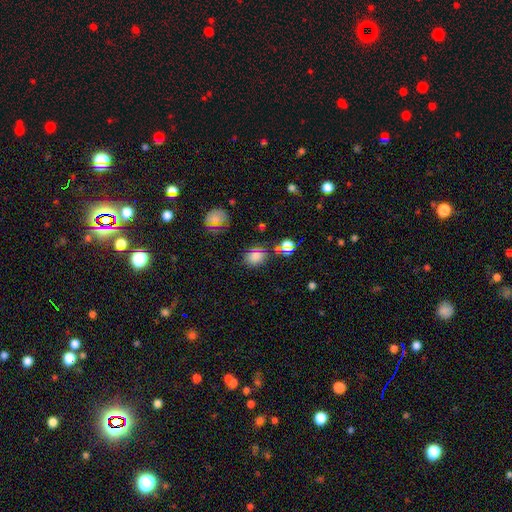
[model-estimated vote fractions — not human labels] Overall: smooth (68%). How rounded: in between (51%; round 48%). Merging: none (78%).